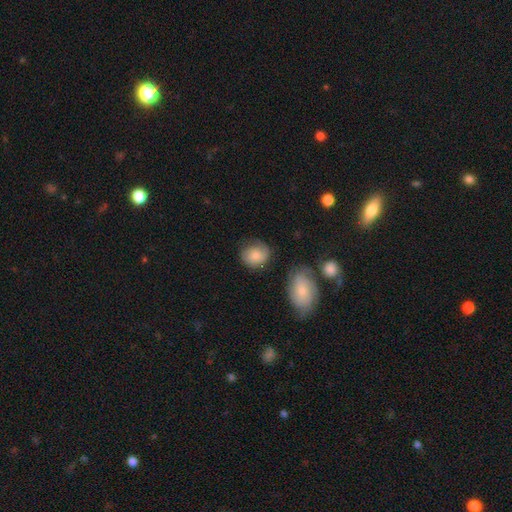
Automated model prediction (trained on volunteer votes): Morphology: type=smooth (74%); roundness=round (65%); merging=none (63%).